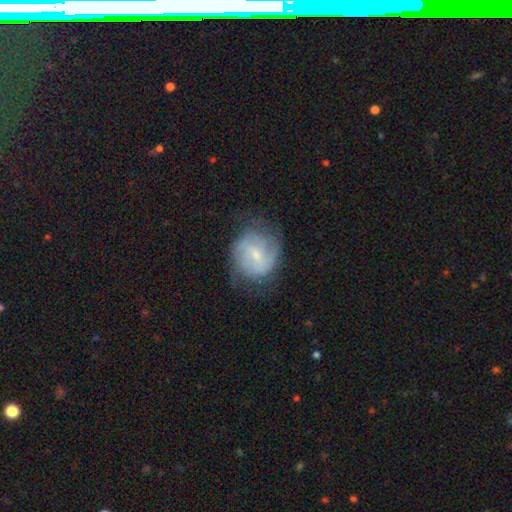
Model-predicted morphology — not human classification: Smooth or featured?
  - featured or disk: 66% *
  - smooth: 26%
  - star or artifact: 7%
Edge-on disk?
  - no: 97% *
  - yes: 3%
Bar?
  - weak: 52% *
  - no: 34%
  - strong: 15%
Spiral arms?
  - yes: 86% *
  - no: 14%
Spiral winding?
  - medium: 43% *
  - tight: 39%
  - loose: 19%
Spiral arm count?
  - 2: 49% *
  - can't tell: 31%
  - 3: 10%
  - 1: 4%
  - 4: 4%
  - more than 4: 3%
Bulge size?
  - small: 65% *
  - moderate: 26%
  - none: 6%
  - large: 2%
  - dominant: 1%
Merging?
  - none: 65% *
  - minor disturbance: 22%
  - major disturbance: 12%
  - merger: 1%